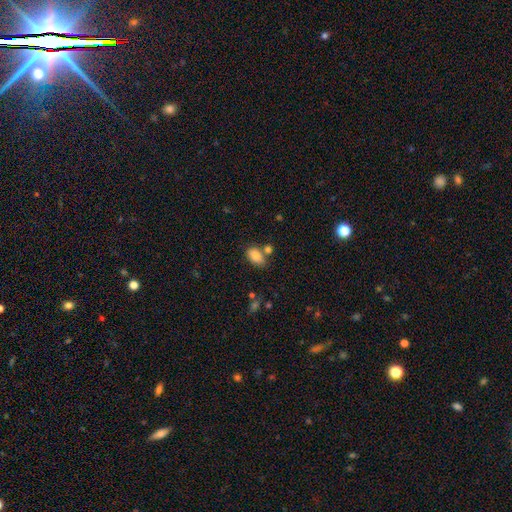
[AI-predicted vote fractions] A smooth galaxy with no disk features (84%) that is in between round and cigar-shaped (91%).

Vote fractions:
- Smooth or featured? smooth: 84% / star or artifact: 8% / featured or disk: 7%
- How rounded? in between: 91% / round: 7% / cigar-shaped: 2%
- Merging? none: 59% / merger: 20% / minor disturbance: 16% / major disturbance: 5%